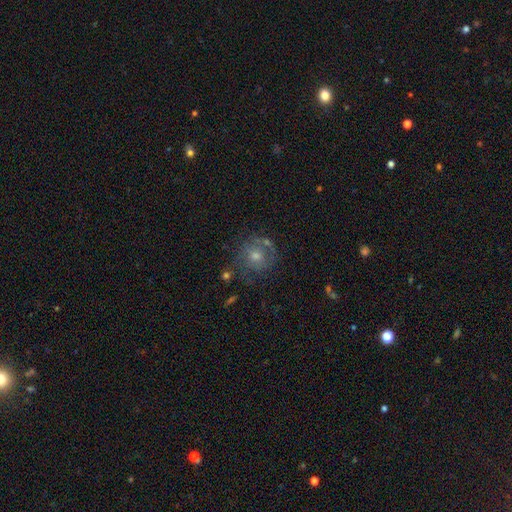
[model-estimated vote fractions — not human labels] Smooth or featured? featured or disk (57%)
Edge-on disk? no (97%)
Bar? no (79%)
Spiral arms? yes (73%)
Bulge size? moderate (60%)
Merging? none (69%)